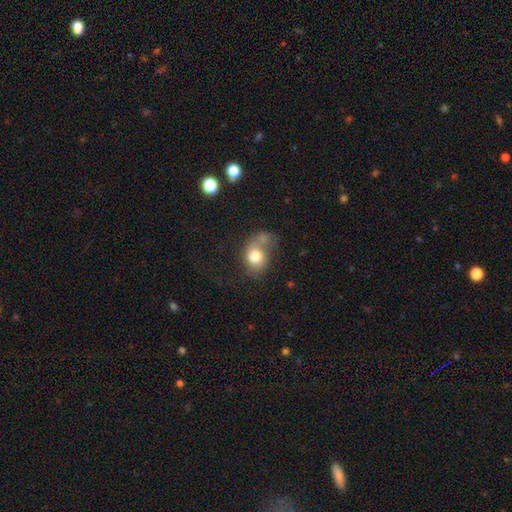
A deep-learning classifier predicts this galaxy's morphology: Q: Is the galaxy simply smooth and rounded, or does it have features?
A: smooth — 71%.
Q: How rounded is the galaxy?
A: in between — 56%.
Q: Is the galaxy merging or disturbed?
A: merger — 27%.